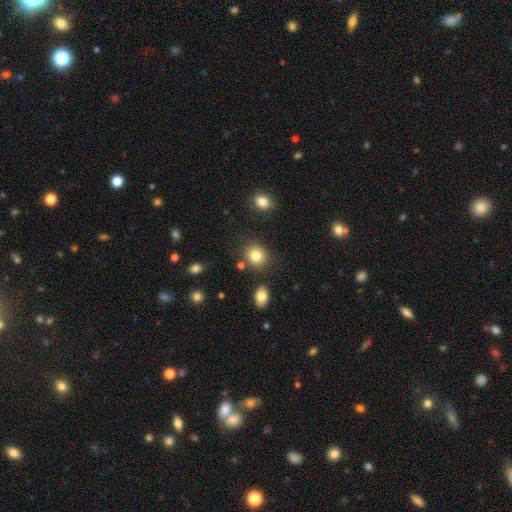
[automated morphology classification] Smooth or featured?
  - smooth: 83% *
  - star or artifact: 10%
  - featured or disk: 7%
How rounded?
  - round: 76% *
  - in between: 23%
  - cigar-shaped: 1%
Merging?
  - none: 81% *
  - minor disturbance: 10%
  - merger: 6%
  - major disturbance: 3%